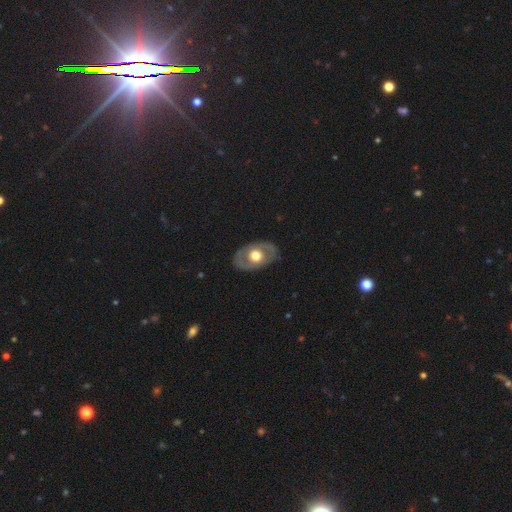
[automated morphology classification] This appears to be a featured or disk galaxy (58%) with no bar (87%), no spiral arms (77%) and a moderate central bulge (53%). Merging: none (83%).